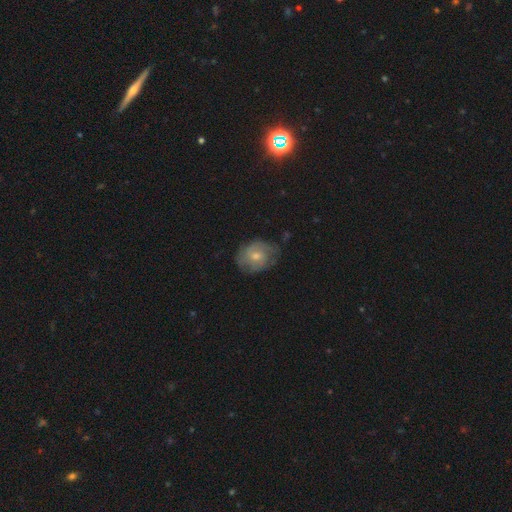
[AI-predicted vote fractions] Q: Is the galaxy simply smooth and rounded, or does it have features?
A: featured or disk — 56%.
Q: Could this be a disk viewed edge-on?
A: no — 96%.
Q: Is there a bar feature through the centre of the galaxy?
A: no — 60%.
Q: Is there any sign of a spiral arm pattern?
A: yes — 79%.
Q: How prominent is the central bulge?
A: moderate — 54%.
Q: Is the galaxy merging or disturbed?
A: none — 62%.